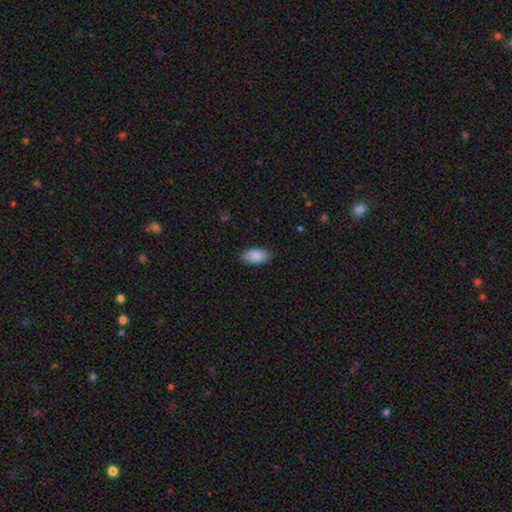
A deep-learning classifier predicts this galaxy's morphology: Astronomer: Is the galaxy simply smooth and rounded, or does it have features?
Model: smooth — 90%.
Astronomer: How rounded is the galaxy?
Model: in between — 95%.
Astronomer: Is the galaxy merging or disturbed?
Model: none — 86%.